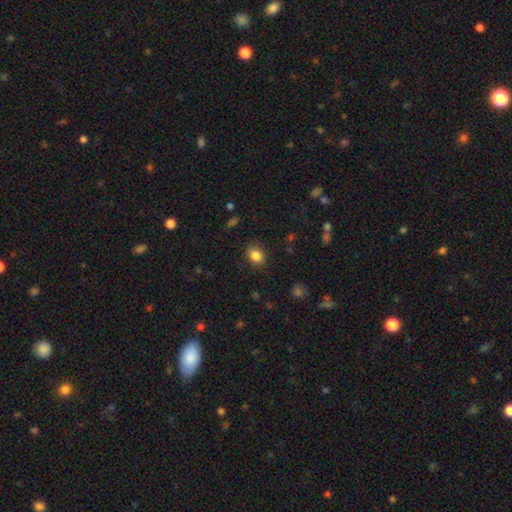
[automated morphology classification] smooth_or_featured: smooth (p=0.85) [alt: star or artifact p=0.10]
how_rounded: in between (p=0.56) [alt: round p=0.43]
merging: none (p=0.84) [alt: minor disturbance p=0.11]